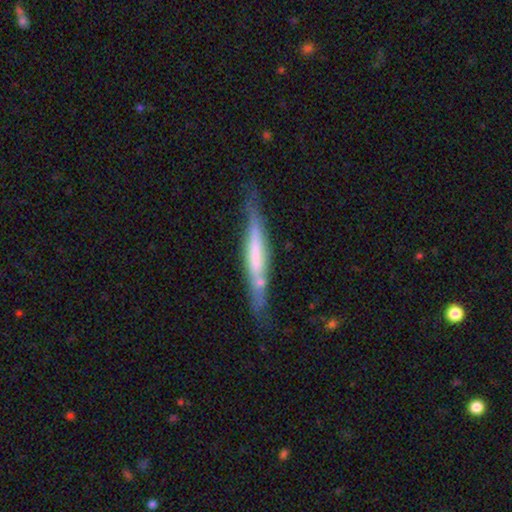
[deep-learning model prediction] The model was most divided on "smooth or featured": featured or disk: 54%, smooth: 40%, star or artifact: 6%. More confident: edge-on disk — yes (89%); merging — none (66%).